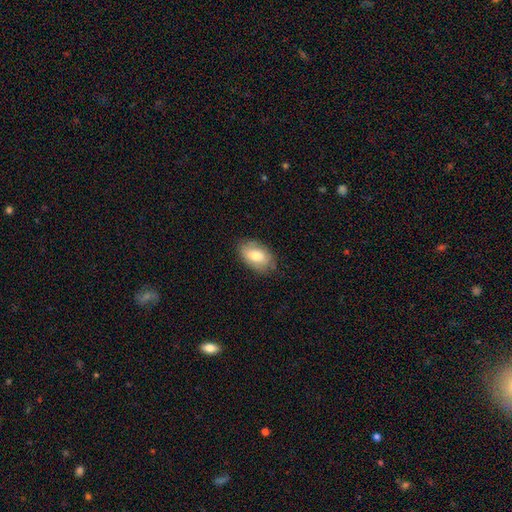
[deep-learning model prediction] Smooth or featured? Predicted: smooth (p=0.77). How rounded? Predicted: in between (p=0.92). Merging? Predicted: none (p=0.79).